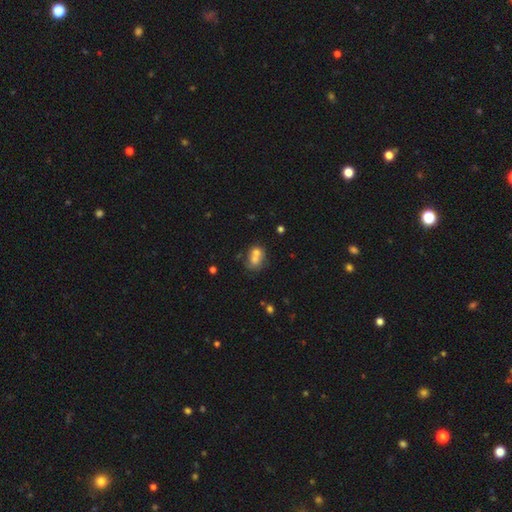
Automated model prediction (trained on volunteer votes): smooth 65%, featured or disk 23%, star or artifact 12%. Down the decision tree: how rounded — in between (54%); merging — merger (61%).